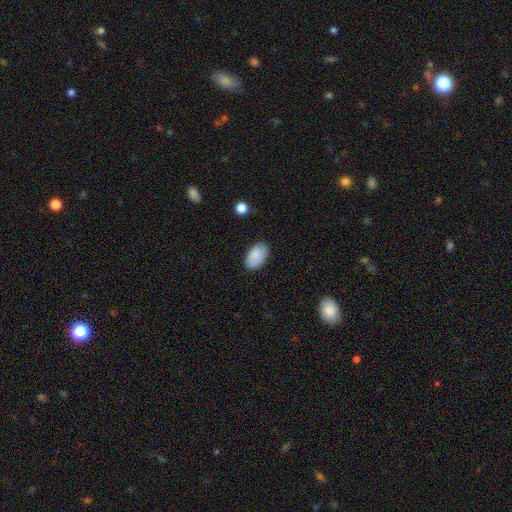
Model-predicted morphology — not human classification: smooth 83%, featured or disk 10%, star or artifact 7%. Down the decision tree: how rounded — in between (93%); merging — none (80%).